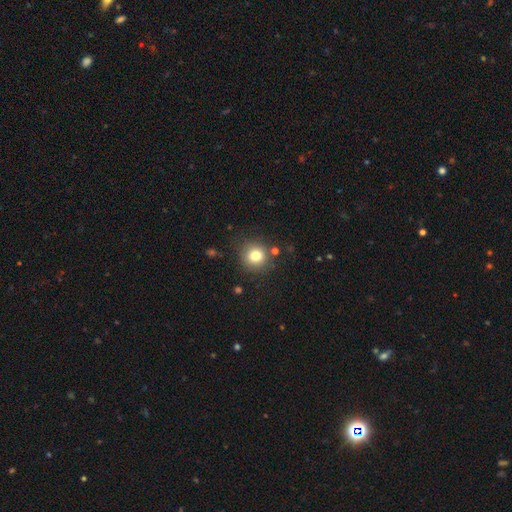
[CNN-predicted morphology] This is likely a smooth galaxy (79%). How rounded: clearly round (92%). Merging: clearly none (83%).